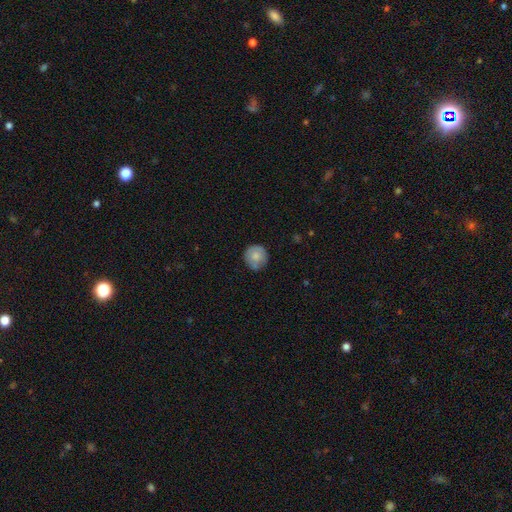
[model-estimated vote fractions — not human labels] A smooth galaxy with no disk features (72%) that is round (91%).

Vote fractions:
- Smooth or featured? smooth: 72% / featured or disk: 21% / star or artifact: 7%
- How rounded? round: 91% / in between: 8% / cigar-shaped: 1%
- Merging? none: 76% / minor disturbance: 19% / major disturbance: 4% / merger: 2%